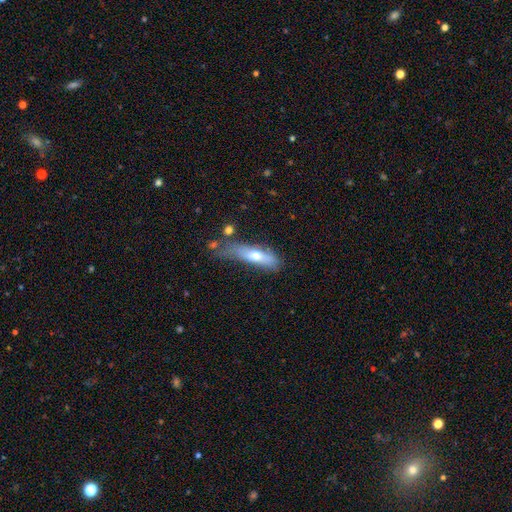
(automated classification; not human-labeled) Smooth or featured?
  - smooth: 61% *
  - featured or disk: 32%
  - star or artifact: 7%
How rounded?
  - cigar-shaped: 62% *
  - in between: 35%
  - round: 3%
Merging?
  - none: 45% *
  - minor disturbance: 30%
  - major disturbance: 17%
  - merger: 8%